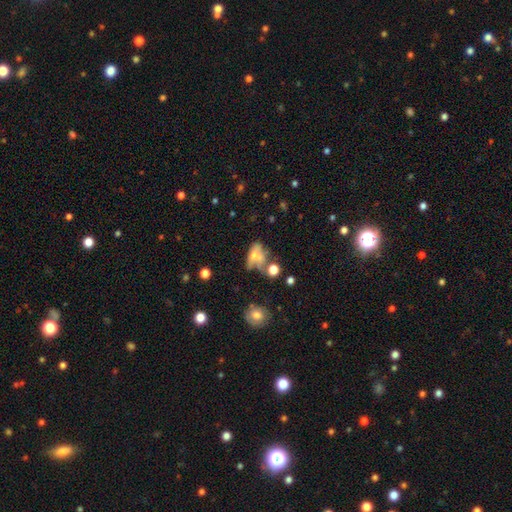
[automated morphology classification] Smooth or featured? smooth (51%)
How rounded? in between (74%)
Merging? merger (31%)